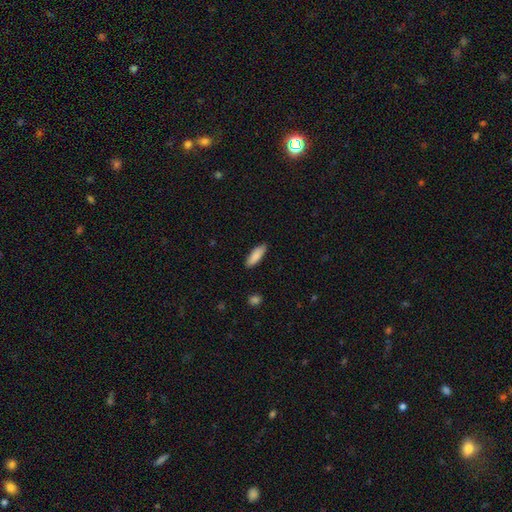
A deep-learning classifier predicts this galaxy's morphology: Smooth or featured? smooth (87%)
How rounded? cigar-shaped (51%)
Merging? none (87%)